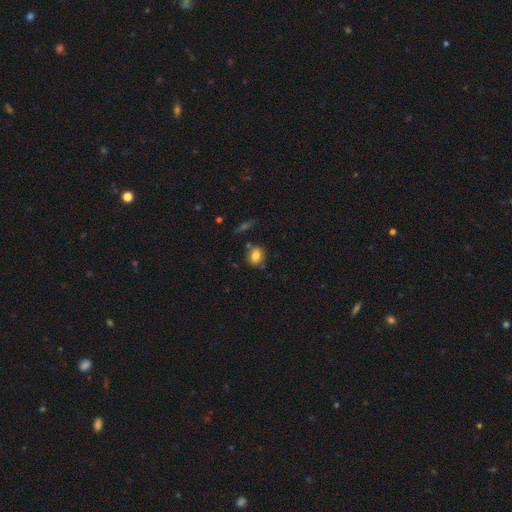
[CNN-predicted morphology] smooth_or_featured: smooth (p=0.79) [alt: featured or disk p=0.11]
how_rounded: round (p=0.59) [alt: in between p=0.40]
merging: none (p=0.76) [alt: minor disturbance p=0.13]